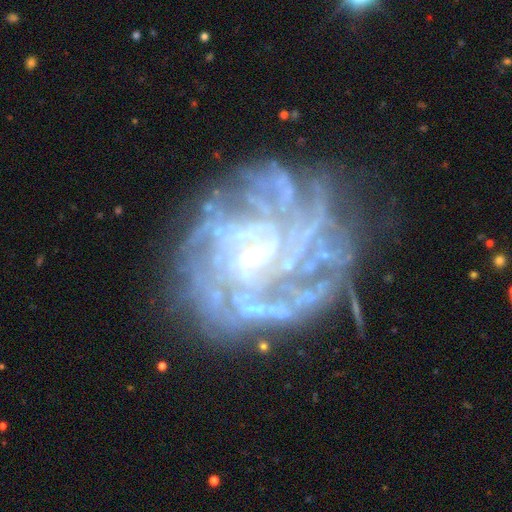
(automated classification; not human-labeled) Smooth or featured? Predicted: featured or disk (p=0.86). Edge-on disk? Predicted: no (p=0.98). Bar? Predicted: weak (p=0.51). Spiral arms? Predicted: yes (p=0.90). Spiral winding? Predicted: tight (p=0.62). Spiral arm count? Predicted: can't tell (p=0.39). Bulge size? Predicted: small (p=0.52). Merging? Predicted: none (p=0.64).